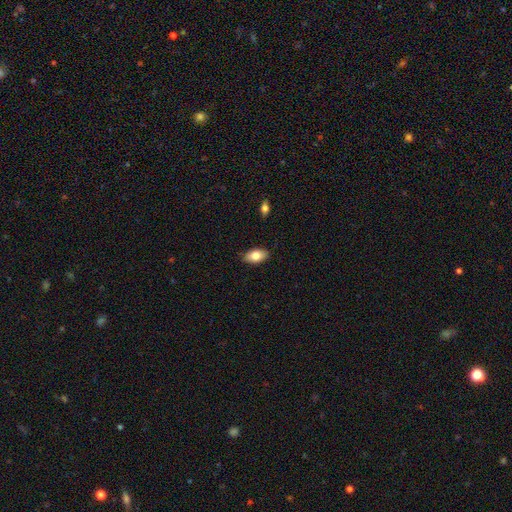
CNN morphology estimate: Smooth or featured? smooth (79%)
How rounded? in between (92%)
Merging? none (86%)